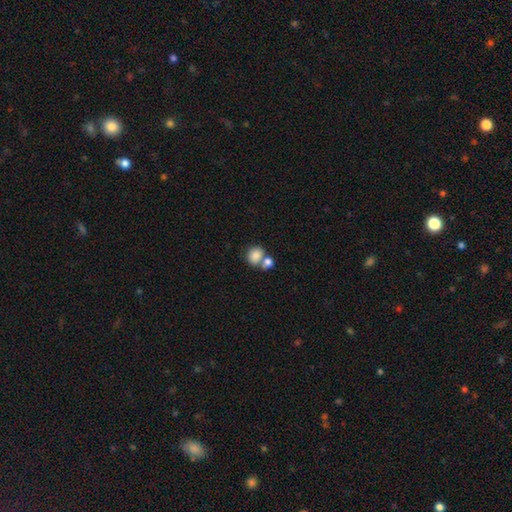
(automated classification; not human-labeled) The model was most divided on "merging": merger: 48%, none: 39%, minor disturbance: 9%, major disturbance: 4%. More confident: smooth or featured — smooth (83%); how rounded — round (63%).